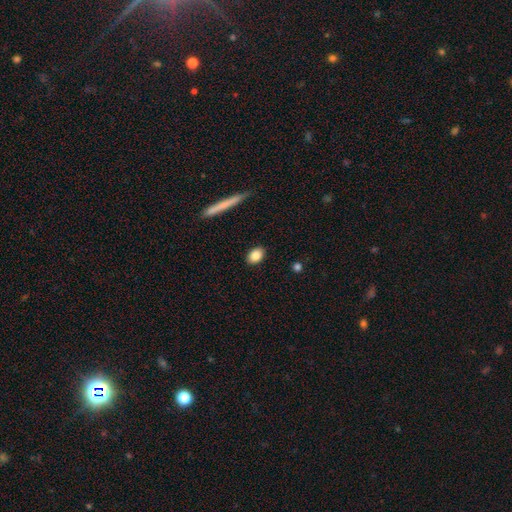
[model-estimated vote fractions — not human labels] smooth_or_featured: smooth (p=0.84) [alt: featured or disk p=0.08]
how_rounded: in between (p=0.79) [alt: round p=0.18]
merging: none (p=0.89) [alt: minor disturbance p=0.07]